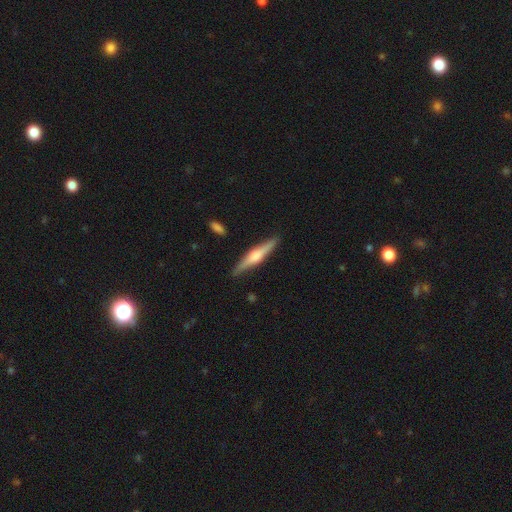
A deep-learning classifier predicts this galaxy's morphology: Smooth or featured: featured or disk — 66% (smooth — 29%)
Edge-on disk: yes — 97% (no — 3%)
Edge-on bulge: rounded — 84% (boxy — 11%)
Merging: none — 88% (minor disturbance — 9%)